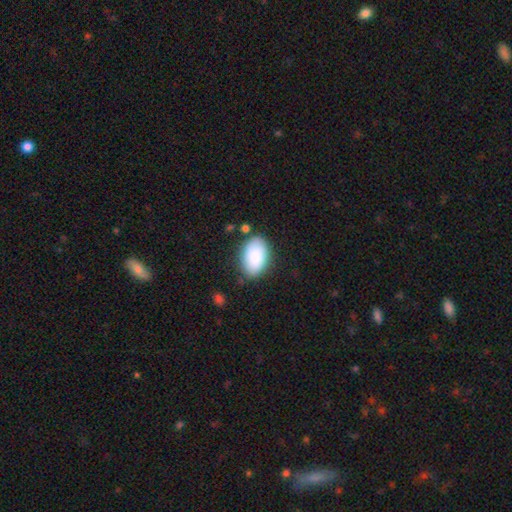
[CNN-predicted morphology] Q: Smooth or featured?
A: smooth (88%); runner-up: star or artifact (6%)
Q: How rounded?
A: in between (92%); runner-up: round (7%)
Q: Merging?
A: none (79%); runner-up: minor disturbance (14%)